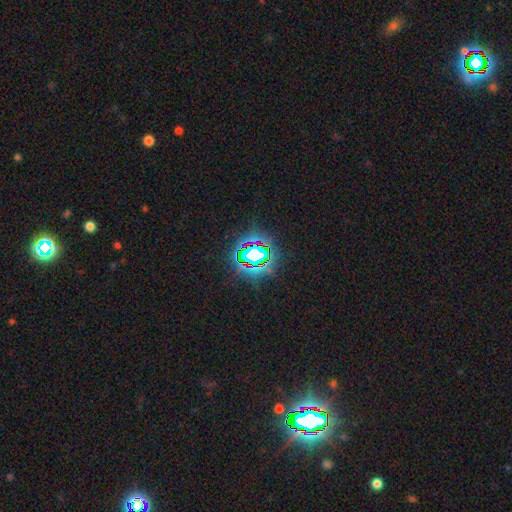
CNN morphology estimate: star or artifact 75%, smooth 14%, featured or disk 11%.